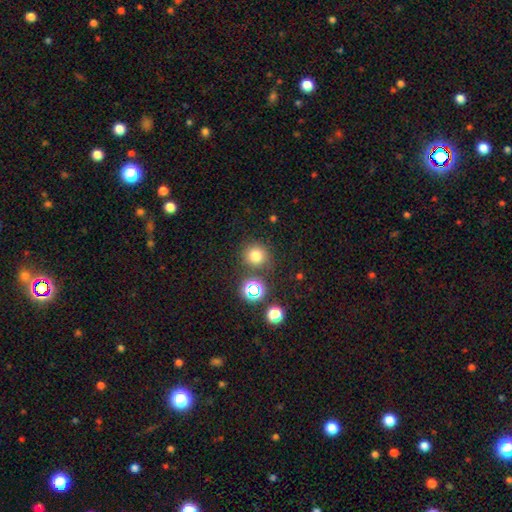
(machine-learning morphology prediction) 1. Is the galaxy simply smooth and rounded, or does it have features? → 74% smooth, 19% star or artifact, 7% featured or disk.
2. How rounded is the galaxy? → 92% round, 8% in between, 1% cigar-shaped.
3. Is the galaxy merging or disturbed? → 80% none, 9% minor disturbance, 7% merger, 3% major disturbance.